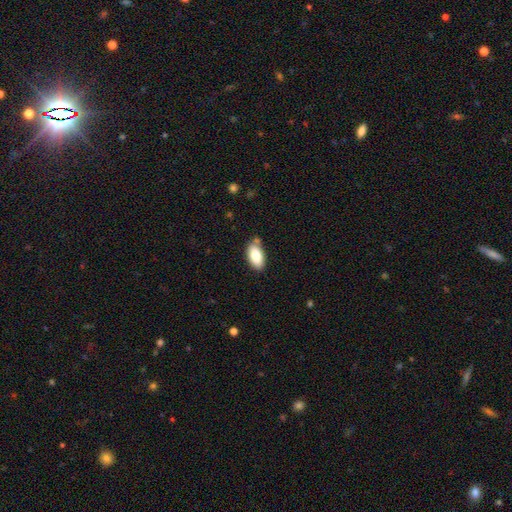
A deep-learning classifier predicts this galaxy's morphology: This appears to be a smooth galaxy with no disk features (82%) that is in between round and cigar-shaped (94%). Merging: none (75%).